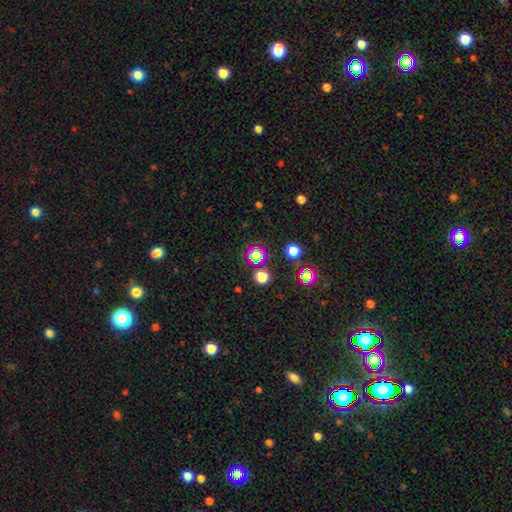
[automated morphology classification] This is possibly a star or artifact rather than a galaxy (56%).